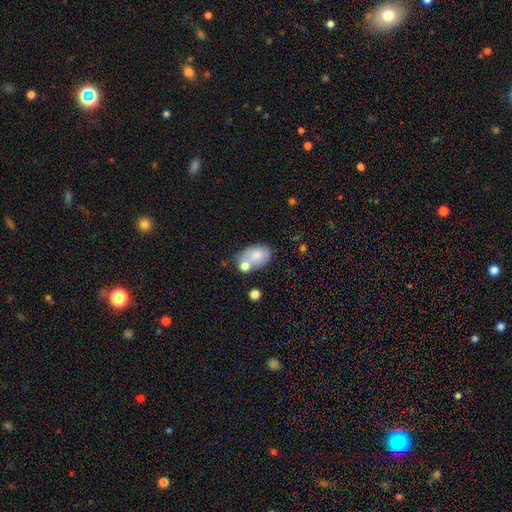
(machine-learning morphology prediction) This is likely a smooth galaxy (71%). How rounded: clearly in between (84%). Merging: marginally none (44%).